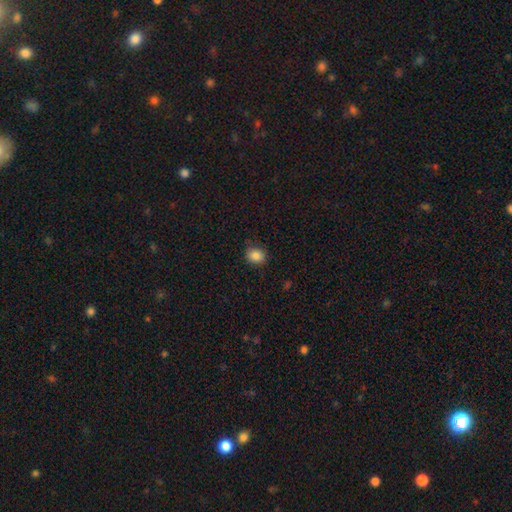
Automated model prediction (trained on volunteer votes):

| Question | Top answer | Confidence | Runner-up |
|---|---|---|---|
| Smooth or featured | smooth | 86% | star or artifact (10%) |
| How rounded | round | 64% | in between (35%) |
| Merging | none | 83% | minor disturbance (13%) |